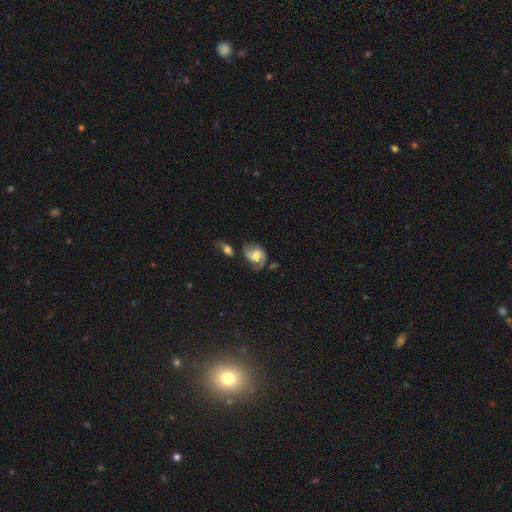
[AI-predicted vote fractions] Q: Smooth or featured?
A: featured or disk (55%); runner-up: smooth (36%)
Q: Edge-on disk?
A: no (96%); runner-up: yes (4%)
Q: Bar?
A: no (54%); runner-up: weak (37%)
Q: Spiral arms?
A: yes (84%); runner-up: no (16%)
Q: Bulge size?
A: moderate (41%); runner-up: large (34%)
Q: Merging?
A: none (45%); runner-up: minor disturbance (25%)